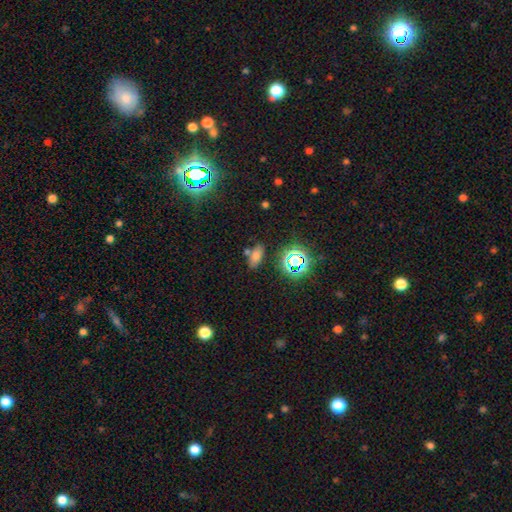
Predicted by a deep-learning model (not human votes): Smooth or featured?
  - smooth: 66% *
  - star or artifact: 24%
  - featured or disk: 10%
How rounded?
  - in between: 81% *
  - cigar-shaped: 12%
  - round: 7%
Merging?
  - none: 69% *
  - minor disturbance: 13%
  - merger: 13%
  - major disturbance: 4%